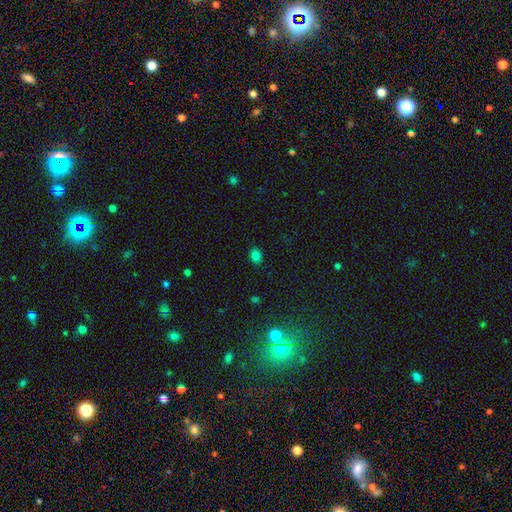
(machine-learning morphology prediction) smooth_or_featured: smooth (p=0.79) [alt: star or artifact p=0.16]
how_rounded: in between (p=0.62) [alt: round p=0.37]
merging: none (p=0.87) [alt: minor disturbance p=0.10]